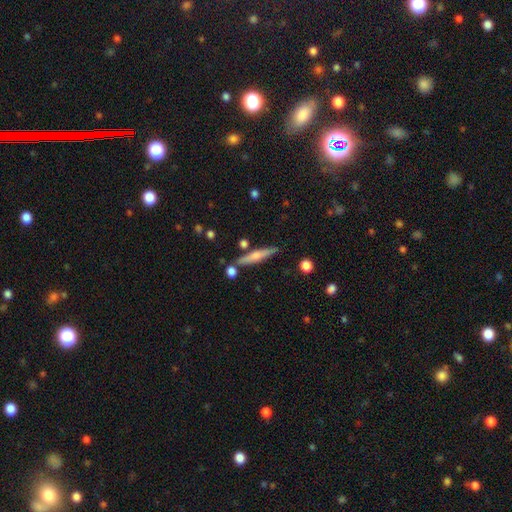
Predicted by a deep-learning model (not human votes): Smooth or featured? smooth (51%)
How rounded? cigar-shaped (88%)
Merging? none (79%)